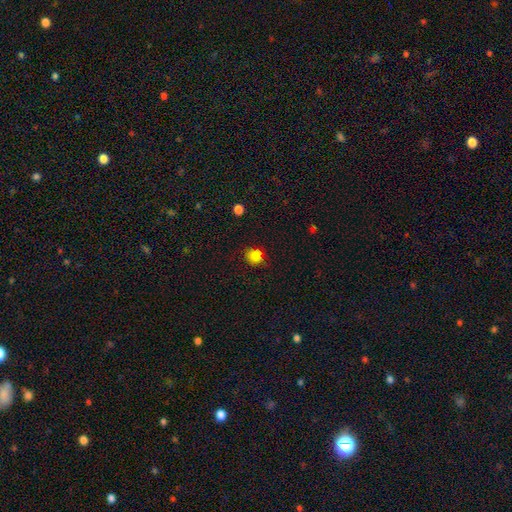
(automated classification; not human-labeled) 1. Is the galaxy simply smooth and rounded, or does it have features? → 83% smooth, 12% star or artifact, 5% featured or disk.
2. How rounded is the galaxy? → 85% round, 14% in between, 1% cigar-shaped.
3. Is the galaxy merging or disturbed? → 77% none, 17% minor disturbance, 4% major disturbance, 2% merger.